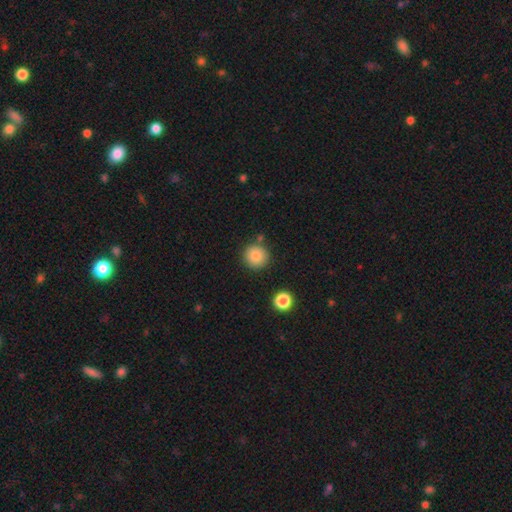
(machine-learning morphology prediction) Smooth or featured?
  - smooth: 84% *
  - star or artifact: 10%
  - featured or disk: 6%
How rounded?
  - round: 94% *
  - in between: 5%
  - cigar-shaped: 1%
Merging?
  - none: 85% *
  - minor disturbance: 8%
  - merger: 5%
  - major disturbance: 2%